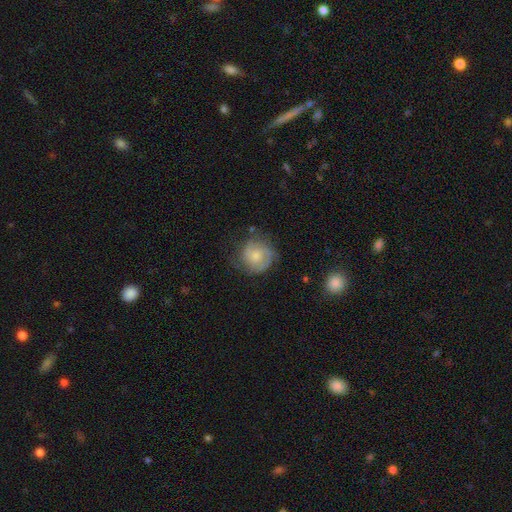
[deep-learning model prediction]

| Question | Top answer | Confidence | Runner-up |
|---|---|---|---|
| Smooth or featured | featured or disk | 64% | smooth (29%) |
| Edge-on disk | no | 98% | yes (2%) |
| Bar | no | 69% | weak (27%) |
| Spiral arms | yes | 89% | no (11%) |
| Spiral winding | tight | 53% | medium (35%) |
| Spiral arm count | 2 | 44% | can't tell (27%) |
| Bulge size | small | 43% | moderate (39%) |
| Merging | none | 66% | minor disturbance (22%) |